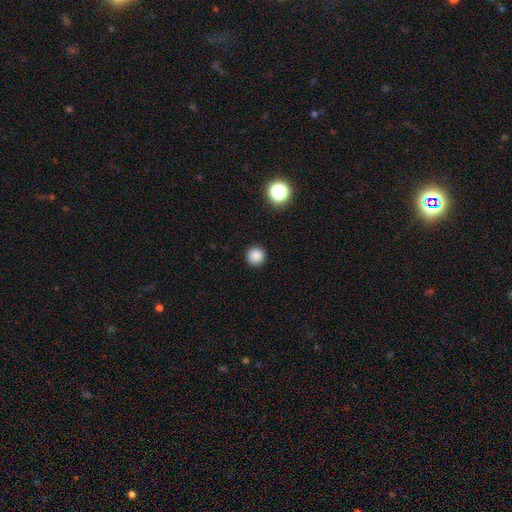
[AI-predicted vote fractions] A smooth galaxy with no disk features (86%) that is round (96%).

Vote fractions:
- Smooth or featured? smooth: 86% / star or artifact: 11% / featured or disk: 3%
- How rounded? round: 96% / in between: 3% / cigar-shaped: 1%
- Merging? none: 93% / minor disturbance: 4% / major disturbance: 2% / merger: 1%